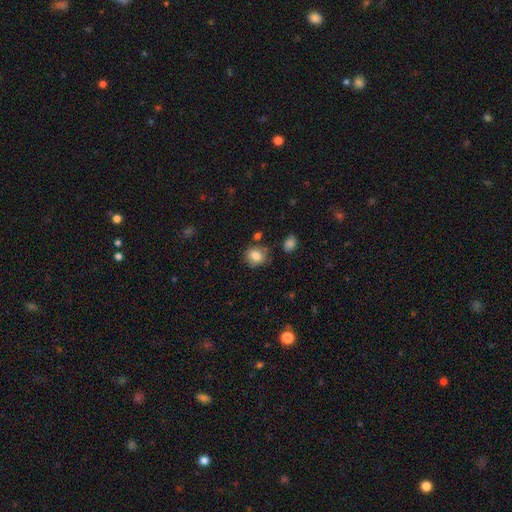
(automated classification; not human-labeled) smooth-or-featured: smooth: 81% | star or artifact: 10% | featured or disk: 9%
  how-rounded: round: 63% | in between: 36% | cigar-shaped: 1%
  merging: none: 74% | minor disturbance: 17% | merger: 5% | major disturbance: 4%